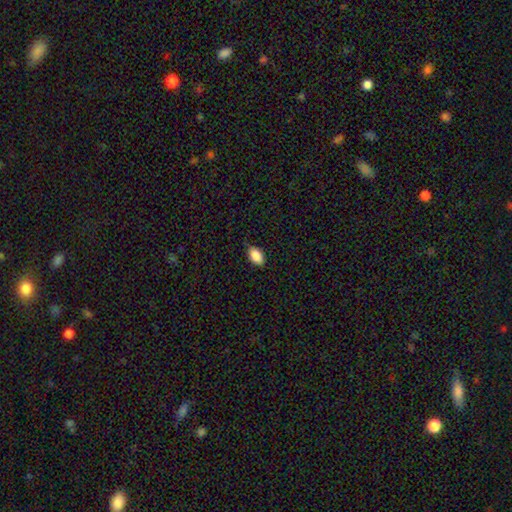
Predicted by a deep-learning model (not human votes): smooth_or_featured: smooth (p=0.87) [alt: star or artifact p=0.07]
how_rounded: in between (p=0.92) [alt: round p=0.05]
merging: none (p=0.81) [alt: minor disturbance p=0.15]